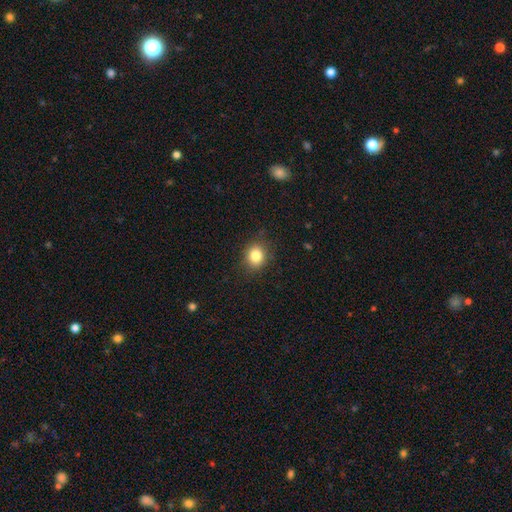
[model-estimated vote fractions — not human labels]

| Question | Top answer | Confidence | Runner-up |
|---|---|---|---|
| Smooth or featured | smooth | 83% | star or artifact (11%) |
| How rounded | round | 71% | in between (28%) |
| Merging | none | 86% | minor disturbance (10%) |